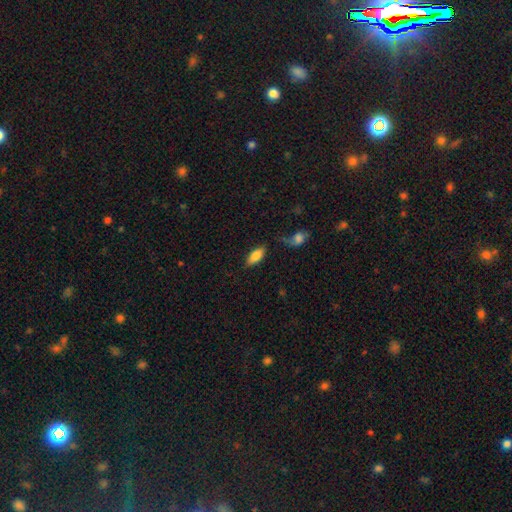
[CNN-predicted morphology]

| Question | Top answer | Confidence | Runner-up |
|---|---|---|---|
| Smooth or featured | smooth | 82% | featured or disk (11%) |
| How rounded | in between | 85% | cigar-shaped (13%) |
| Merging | none | 75% | minor disturbance (15%) |